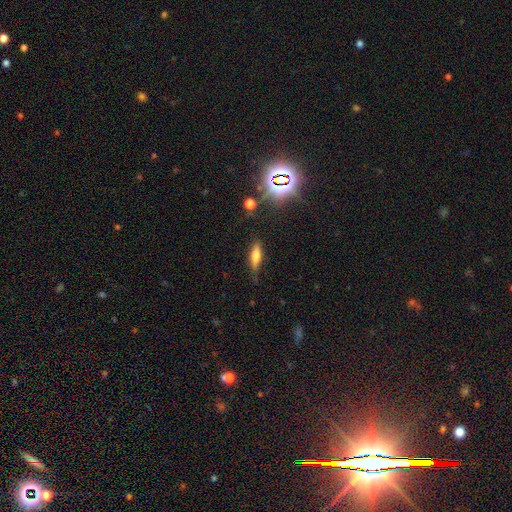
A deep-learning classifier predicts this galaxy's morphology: Overall: smooth (57%; featured or disk 31%). How rounded: cigar-shaped (58%; in between 39%). Merging: none (74%).